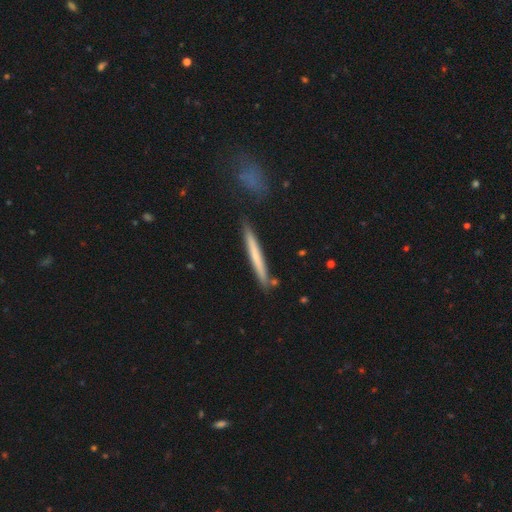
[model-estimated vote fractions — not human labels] A smooth galaxy with no disk features (58%) that is cigar-shaped (97%).

Vote fractions:
- Smooth or featured? smooth: 58% / featured or disk: 36% / star or artifact: 6%
- How rounded? cigar-shaped: 97% / in between: 2% / round: 1%
- Merging? none: 84% / minor disturbance: 11% / merger: 3% / major disturbance: 2%